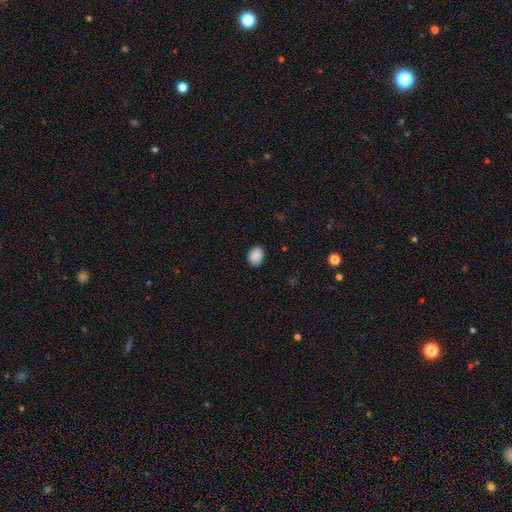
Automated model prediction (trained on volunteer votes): smooth 89%, star or artifact 8%, featured or disk 3%. Down the decision tree: how rounded — in between (55%); merging — none (88%).